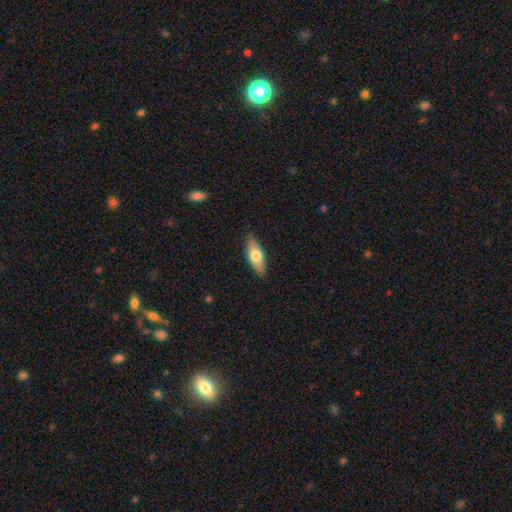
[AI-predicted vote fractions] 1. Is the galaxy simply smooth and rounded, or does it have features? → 62% smooth, 32% featured or disk, 6% star or artifact.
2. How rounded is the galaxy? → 70% in between, 27% cigar-shaped, 3% round.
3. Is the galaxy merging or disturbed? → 86% none, 11% minor disturbance, 2% major disturbance, 1% merger.